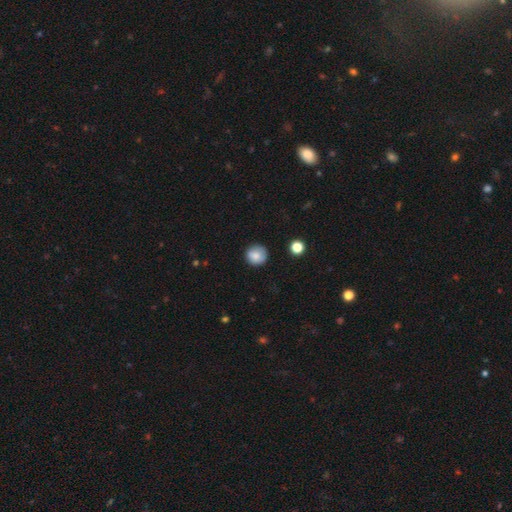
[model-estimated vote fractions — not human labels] The model was most divided on "smooth or featured": smooth: 84%, star or artifact: 9%, featured or disk: 8%. More confident: how rounded — round (93%); merging — none (86%).